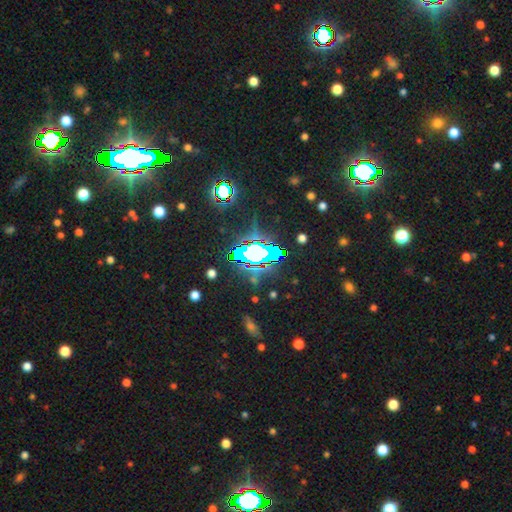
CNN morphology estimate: A star or artifact, not a galaxy (68%).

Vote fractions:
- Smooth or featured? star or artifact: 68% / smooth: 19% / featured or disk: 13%